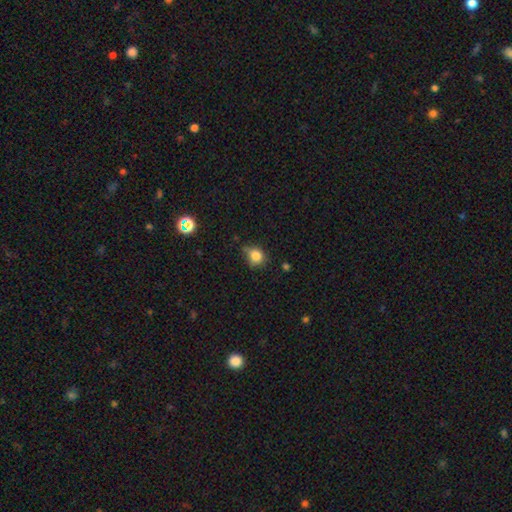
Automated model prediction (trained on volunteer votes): Smooth or featured?
  - smooth: 81% *
  - star or artifact: 12%
  - featured or disk: 7%
How rounded?
  - round: 74% *
  - in between: 25%
  - cigar-shaped: 1%
Merging?
  - none: 57% *
  - minor disturbance: 31%
  - major disturbance: 7%
  - merger: 4%